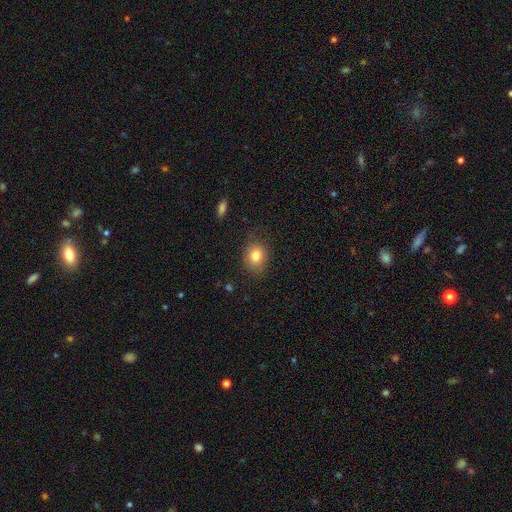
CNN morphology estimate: A smooth galaxy with no disk features (81%) that is round (50%). Merging: none (77%).